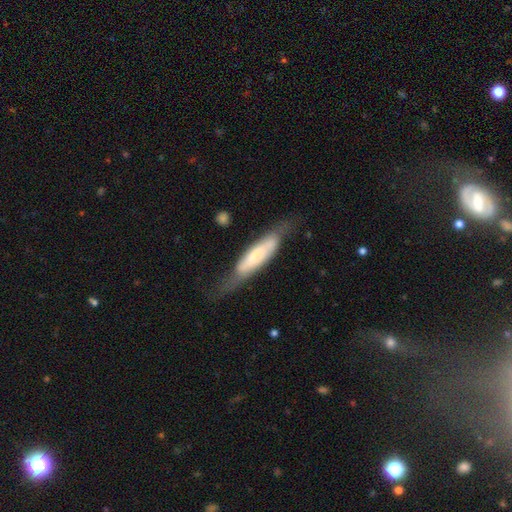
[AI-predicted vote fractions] smooth 49%, featured or disk 45%, star or artifact 6%. Down the decision tree: merging — none (62%).